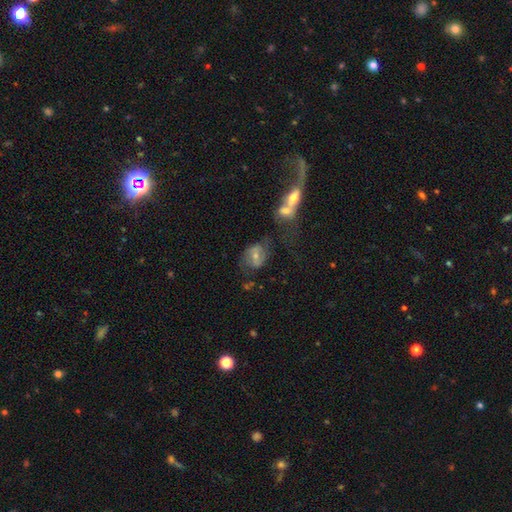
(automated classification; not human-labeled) featured or disk 48%, smooth 42%, star or artifact 10%. Down the decision tree: merging — none (45%).